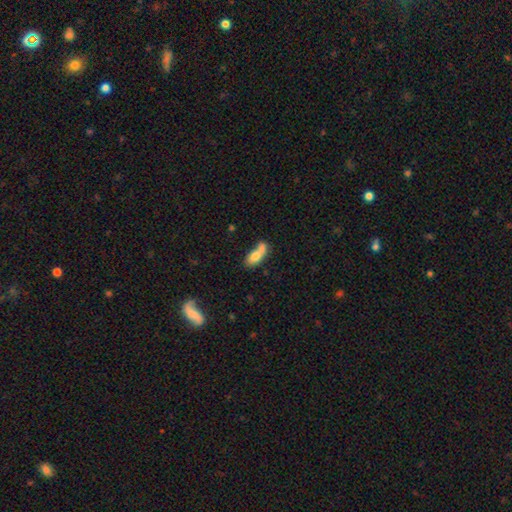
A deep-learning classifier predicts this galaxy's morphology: The model was most divided on "merging": merger: 57%, none: 24%, minor disturbance: 12%, major disturbance: 7%. More confident: how rounded — in between (79%); smooth or featured — smooth (71%).